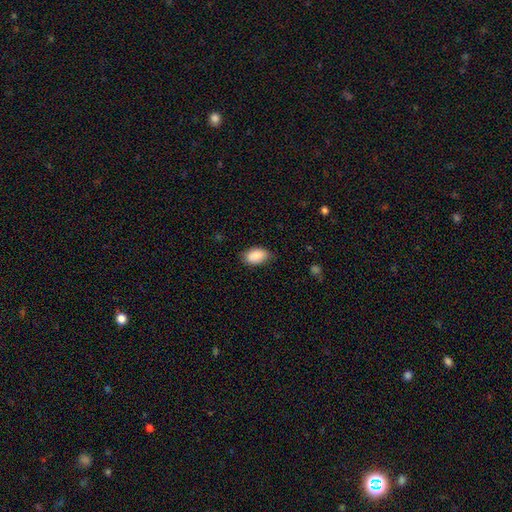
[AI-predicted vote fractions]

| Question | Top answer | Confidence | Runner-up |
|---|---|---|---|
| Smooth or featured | smooth | 89% | star or artifact (7%) |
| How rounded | in between | 93% | round (6%) |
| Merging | none | 78% | minor disturbance (18%) |